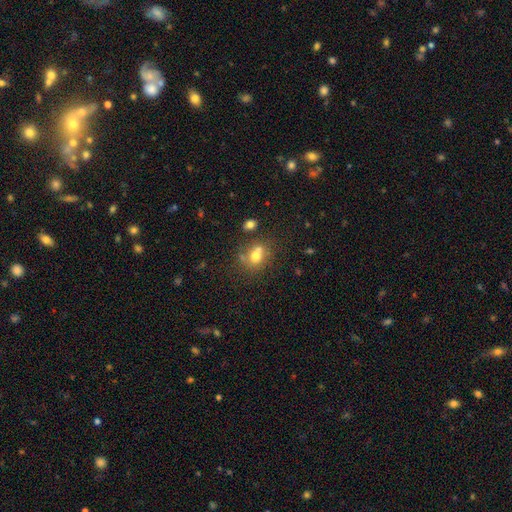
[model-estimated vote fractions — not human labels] Smooth or featured? smooth (68%)
How rounded? round (66%)
Merging? none (43%)